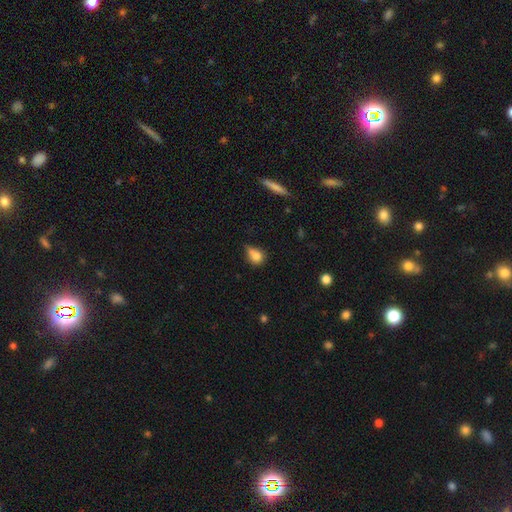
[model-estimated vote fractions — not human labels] smooth_or_featured: smooth (p=0.77) [alt: featured or disk p=0.12]
how_rounded: round (p=0.49) [alt: in between p=0.48]
merging: minor disturbance (p=0.40) [alt: none p=0.37]